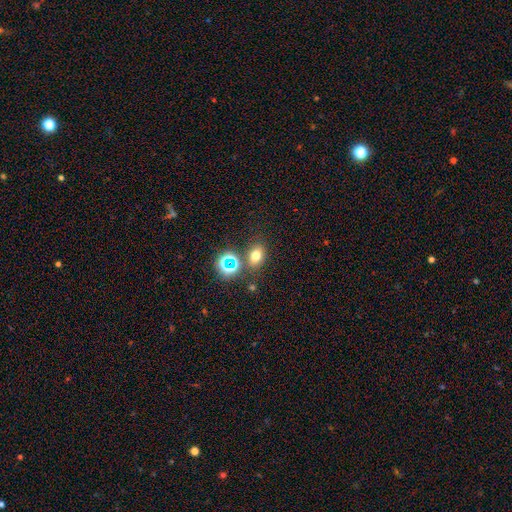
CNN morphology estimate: smooth_or_featured: smooth (p=0.68) [alt: star or artifact p=0.22]
how_rounded: in between (p=0.68) [alt: round p=0.31]
merging: none (p=0.75) [alt: merger p=0.11]